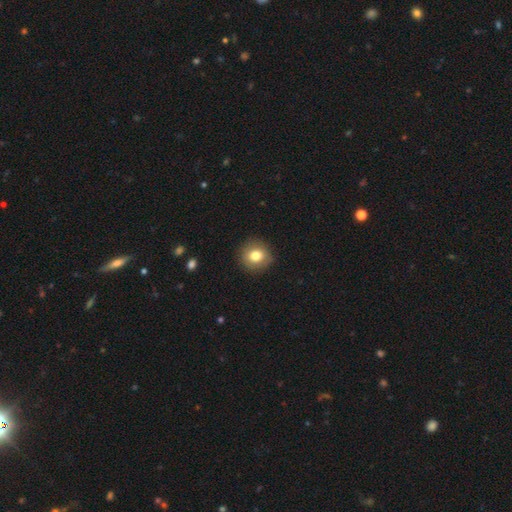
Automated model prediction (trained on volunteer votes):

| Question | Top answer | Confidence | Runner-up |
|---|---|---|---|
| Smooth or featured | smooth | 78% | featured or disk (13%) |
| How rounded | round | 88% | in between (11%) |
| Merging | none | 89% | minor disturbance (8%) |